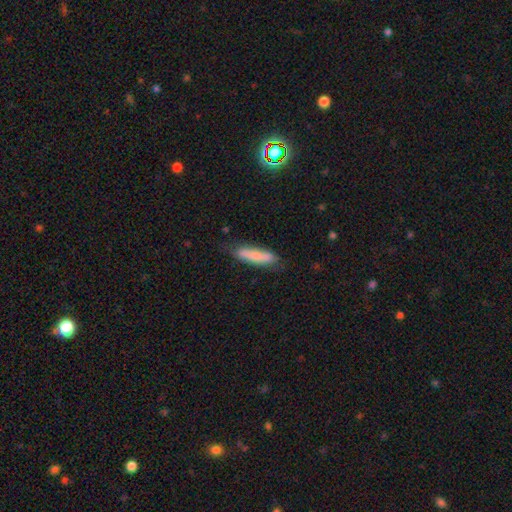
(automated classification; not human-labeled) Smooth or featured?
  - smooth: 71% *
  - featured or disk: 23%
  - star or artifact: 6%
How rounded?
  - cigar-shaped: 74% *
  - in between: 24%
  - round: 2%
Merging?
  - none: 72% *
  - minor disturbance: 21%
  - major disturbance: 4%
  - merger: 2%